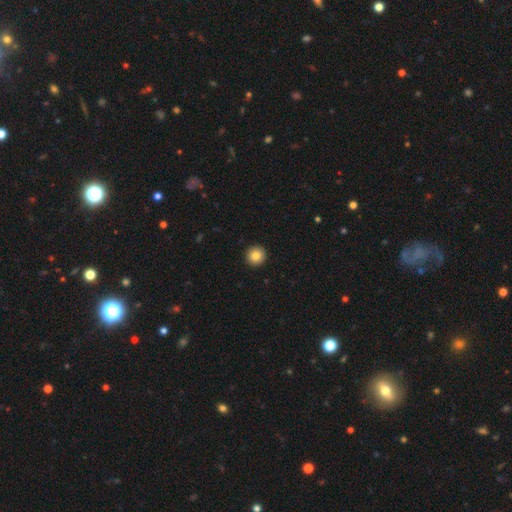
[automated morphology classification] type=smooth (84%); roundness=round (95%); merging=none (94%).